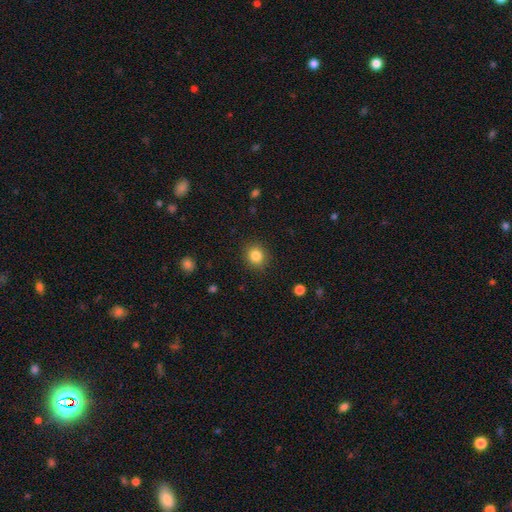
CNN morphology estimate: This appears to be a smooth galaxy with no disk features (84%) that is round (80%). Merging: none (89%).